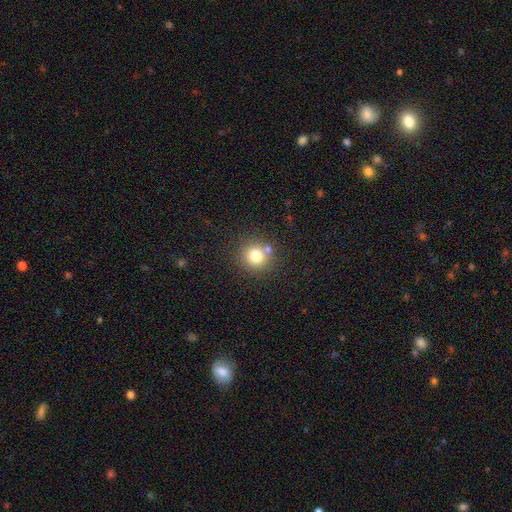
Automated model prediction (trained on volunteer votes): This appears to be a smooth galaxy with no disk features (78%) that is round (92%). Merging: none (76%).